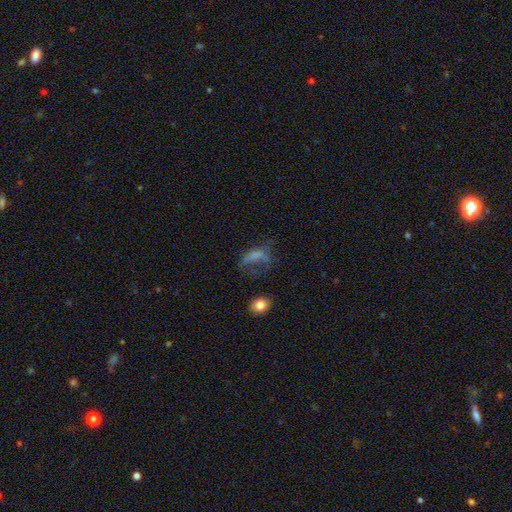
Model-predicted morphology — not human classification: A smooth galaxy with no disk features (52%) that is in between round and cigar-shaped (69%).

Vote fractions:
- Smooth or featured? smooth: 52% / featured or disk: 28% / star or artifact: 20%
- How rounded? in between: 69% / cigar-shaped: 18% / round: 13%
- Merging? major disturbance: 42% / none: 31% / minor disturbance: 20% / merger: 7%